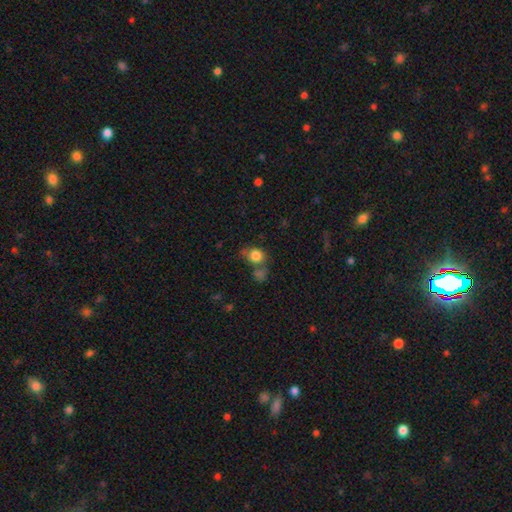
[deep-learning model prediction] A smooth galaxy with no disk features (81%) that is round (71%).

Vote fractions:
- Smooth or featured? smooth: 81% / star or artifact: 10% / featured or disk: 9%
- How rounded? round: 71% / in between: 28% / cigar-shaped: 1%
- Merging? none: 46% / merger: 29% / minor disturbance: 16% / major disturbance: 9%